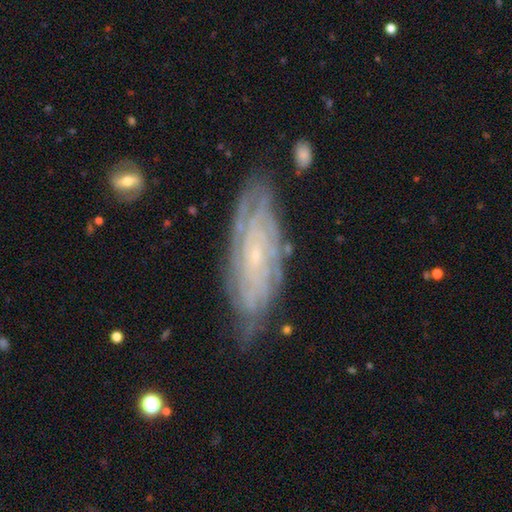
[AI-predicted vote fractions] The model was most divided on "spiral arm count": can't tell: 50%, 4: 14%, 2: 11%, 3: 10%, more than 4: 9%, 1: 5%. More confident: spiral arms — yes (94%); edge-on disk — no (86%); bulge size — small (84%); smooth or featured — featured or disk (80%); spiral winding — tight (76%); merging — none (74%); bar — no (70%).